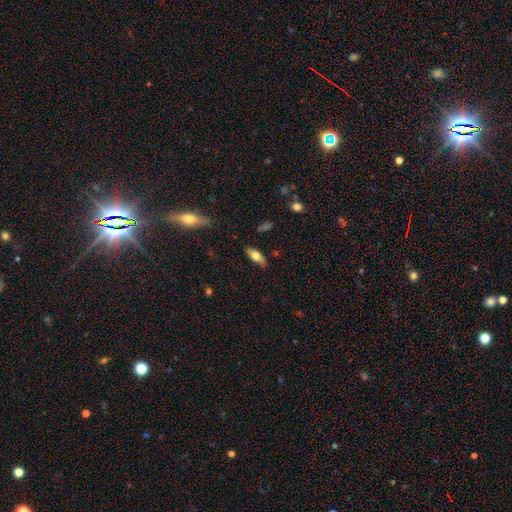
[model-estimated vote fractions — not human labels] Morphology: type=smooth (60%); roundness=in between (67%); merging=none (80%).